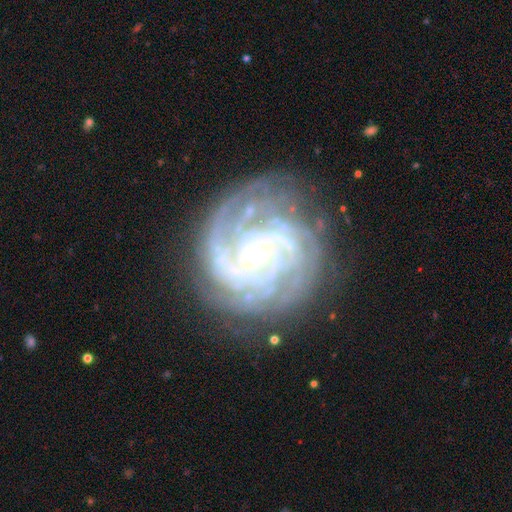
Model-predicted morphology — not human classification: This appears to be a featured or disk galaxy (91%) with no bar (53%), tight (76%) spiral arms (98%) and a moderate central bulge (59%). Merging: none (77%).